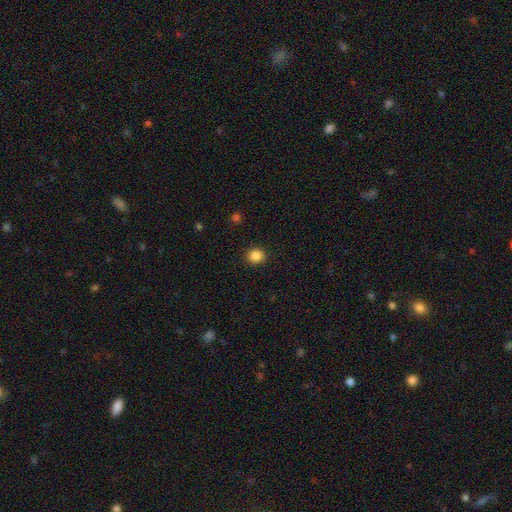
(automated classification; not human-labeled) smooth 86%, star or artifact 10%, featured or disk 3%. Down the decision tree: how rounded — round (85%); merging — none (91%).